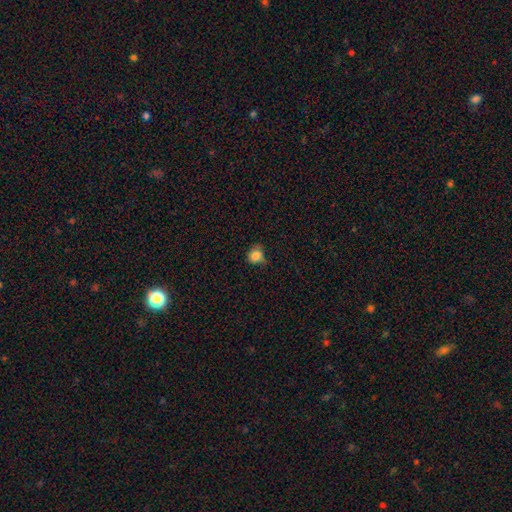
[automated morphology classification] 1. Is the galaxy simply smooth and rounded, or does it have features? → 82% smooth, 11% star or artifact, 7% featured or disk.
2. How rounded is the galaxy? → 67% round, 32% in between, 1% cigar-shaped.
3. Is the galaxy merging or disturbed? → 51% none, 36% minor disturbance, 11% major disturbance, 2% merger.